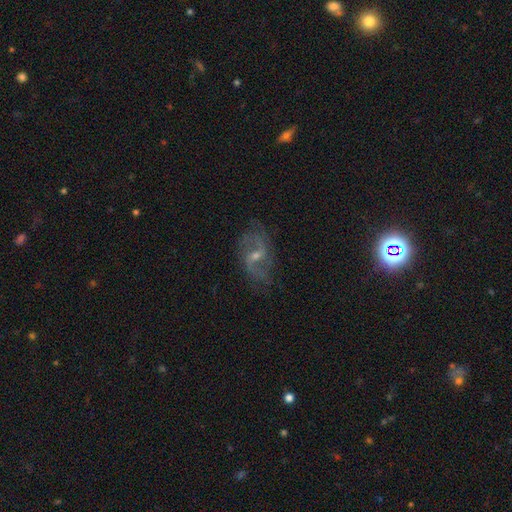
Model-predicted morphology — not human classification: smooth-or-featured: featured or disk: 85% | star or artifact: 8% | smooth: 7%
  disk-edge-on: no: 97% | yes: 3%
    bar: weak: 55% | no: 27% | strong: 18%
    has-spiral-arms: yes: 95% | no: 5%
      spiral-winding: loose: 56% | medium: 35% | tight: 9%
      spiral-arm-count: 2: 89% | can't tell: 5% | 3: 2% | 1: 2% | 4: 1% | more than 4: 1%
    bulge-size: small: 56% | moderate: 39% | none: 3% | large: 1% | dominant: 1%
  merging: none: 76% | minor disturbance: 15% | major disturbance: 7% | merger: 1%